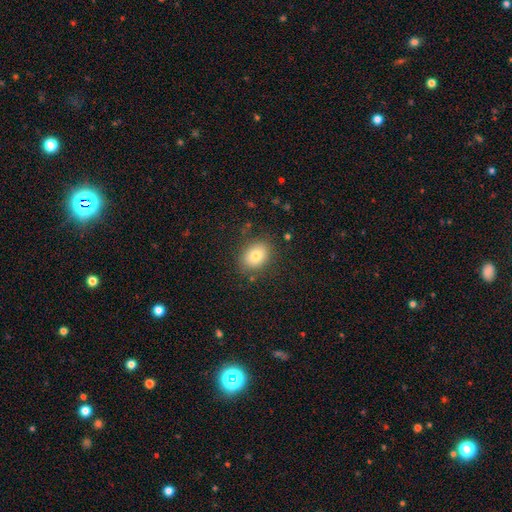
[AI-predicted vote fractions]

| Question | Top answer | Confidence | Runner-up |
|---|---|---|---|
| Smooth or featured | smooth | 79% | featured or disk (11%) |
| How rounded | in between | 64% | round (35%) |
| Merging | none | 83% | minor disturbance (11%) |